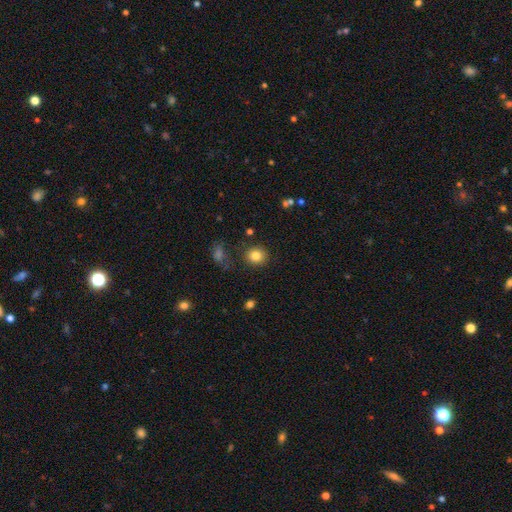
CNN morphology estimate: Smooth or featured: smooth — 83% (star or artifact — 11%)
How rounded: round — 85% (in between — 14%)
Merging: none — 86% (minor disturbance — 8%)